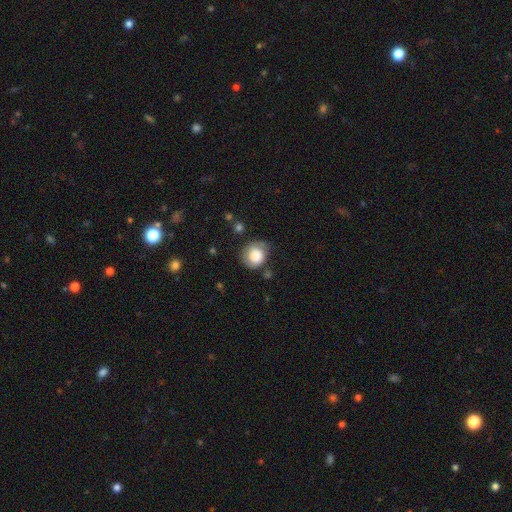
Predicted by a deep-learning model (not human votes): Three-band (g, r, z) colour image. It shows a smooth galaxy with no disk features (72%) that is round (79%). Merging: none (58%).